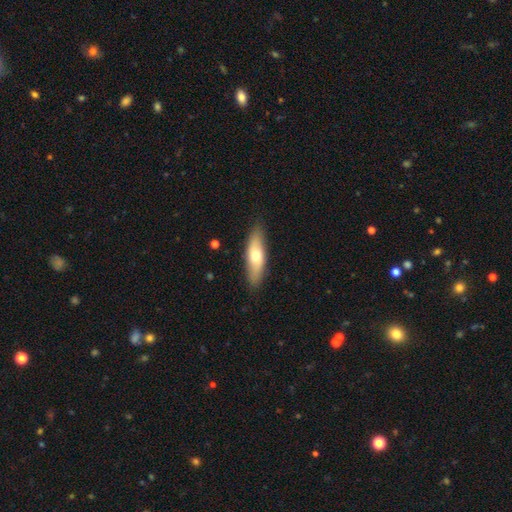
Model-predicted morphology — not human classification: smooth_or_featured: smooth (p=0.61) [alt: featured or disk p=0.33]
how_rounded: in between (p=0.51) [alt: cigar-shaped p=0.47]
merging: none (p=0.86) [alt: minor disturbance p=0.11]